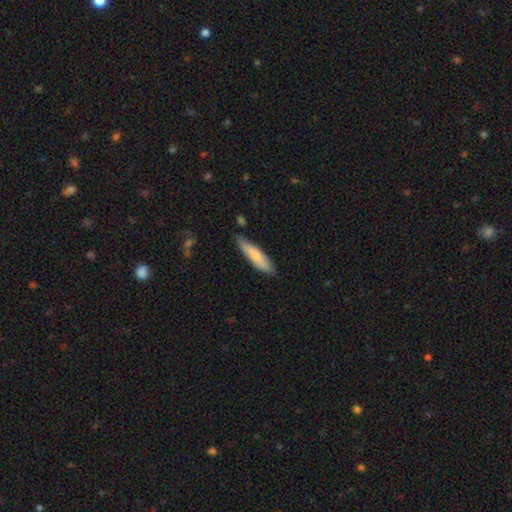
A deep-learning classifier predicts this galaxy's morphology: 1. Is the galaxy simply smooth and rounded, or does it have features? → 75% smooth, 20% featured or disk, 5% star or artifact.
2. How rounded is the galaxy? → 76% cigar-shaped, 23% in between, 1% round.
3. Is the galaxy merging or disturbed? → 81% none, 15% minor disturbance, 2% major disturbance, 2% merger.